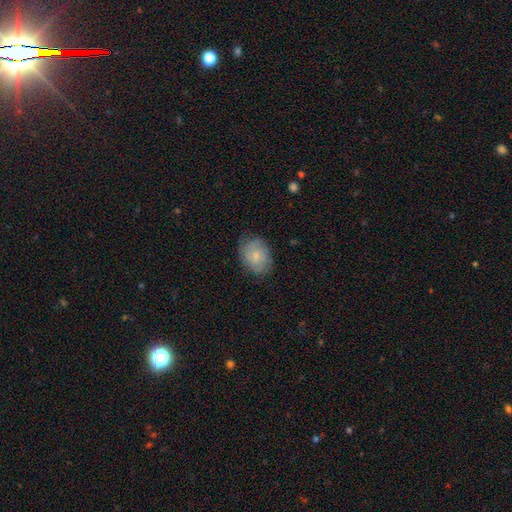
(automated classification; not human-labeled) Morphology: type=smooth (66%); roundness=in between (68%); merging=none (74%).